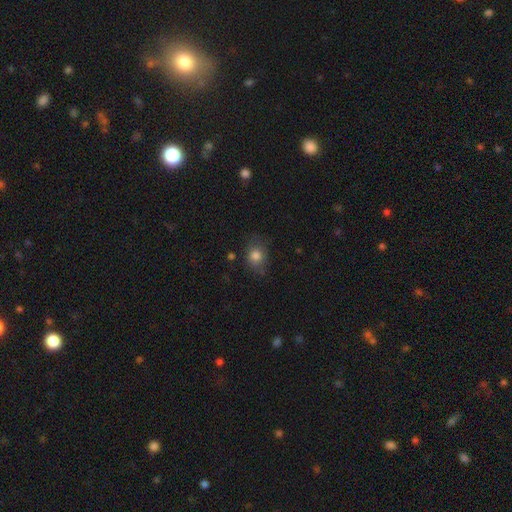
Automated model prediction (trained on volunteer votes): This appears to be a smooth galaxy with no disk features (81%) that is round (57%). Merging: none (72%).